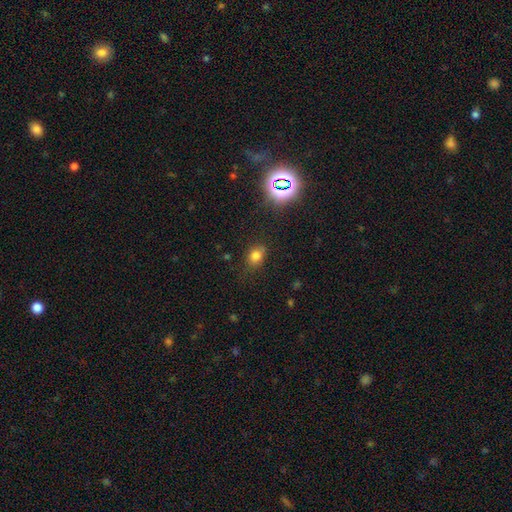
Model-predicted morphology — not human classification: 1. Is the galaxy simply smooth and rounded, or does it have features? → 75% smooth, 18% star or artifact, 7% featured or disk.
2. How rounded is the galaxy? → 54% in between, 45% round, 1% cigar-shaped.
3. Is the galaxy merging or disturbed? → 74% none, 18% minor disturbance, 5% major disturbance, 2% merger.